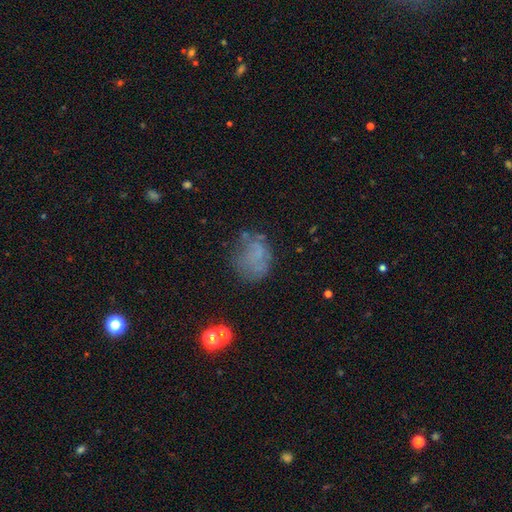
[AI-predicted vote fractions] This is possibly a smooth galaxy (52%). How rounded: possibly round (54%). Merging: possibly none (50%).